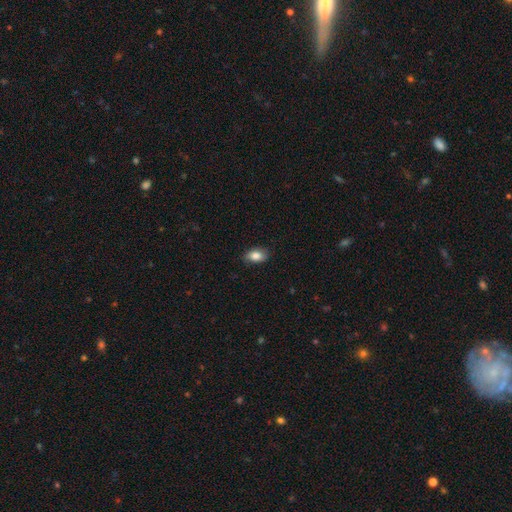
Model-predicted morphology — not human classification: A smooth galaxy with no disk features (85%) that is in between round and cigar-shaped (89%). Merging: none (83%).